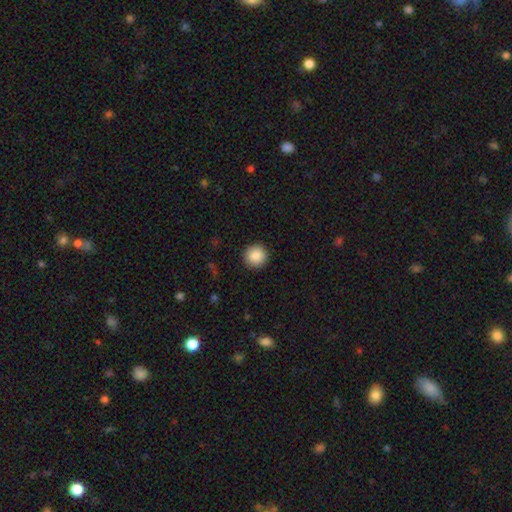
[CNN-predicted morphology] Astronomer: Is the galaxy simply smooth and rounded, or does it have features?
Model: smooth — 88%.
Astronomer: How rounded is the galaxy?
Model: round — 95%.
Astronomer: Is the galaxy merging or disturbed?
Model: none — 93%.